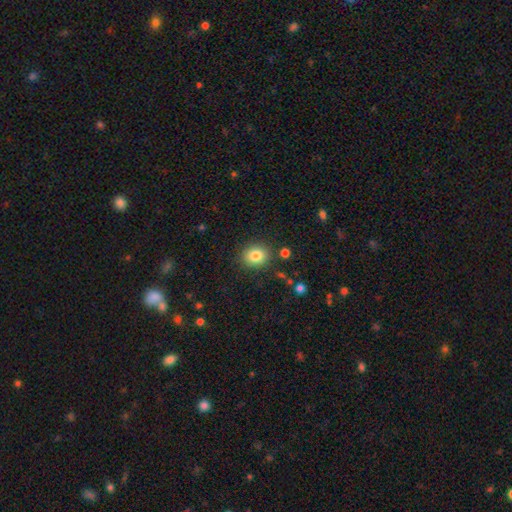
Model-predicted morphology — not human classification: smooth_or_featured: smooth (p=0.83) [alt: star or artifact p=0.10]
how_rounded: round (p=0.67) [alt: in between p=0.33]
merging: none (p=0.86) [alt: minor disturbance p=0.09]